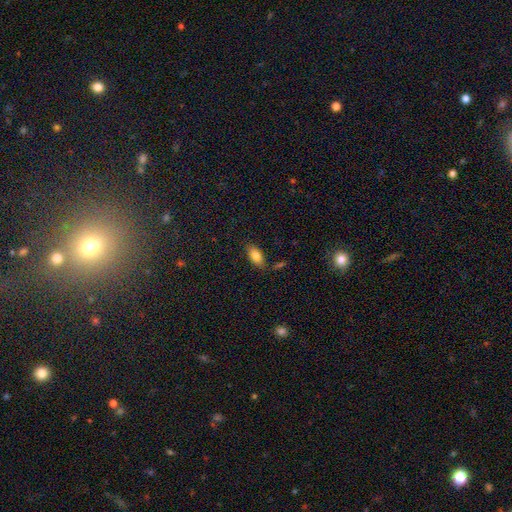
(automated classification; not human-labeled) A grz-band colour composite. It shows a smooth galaxy with no disk features (82%) that is in between round and cigar-shaped (90%). Merging: none (78%).